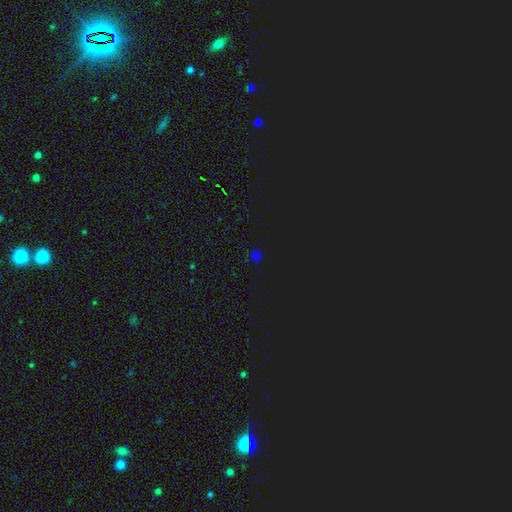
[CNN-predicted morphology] Smooth or featured: star or artifact — 48% (tied with smooth — 48%)